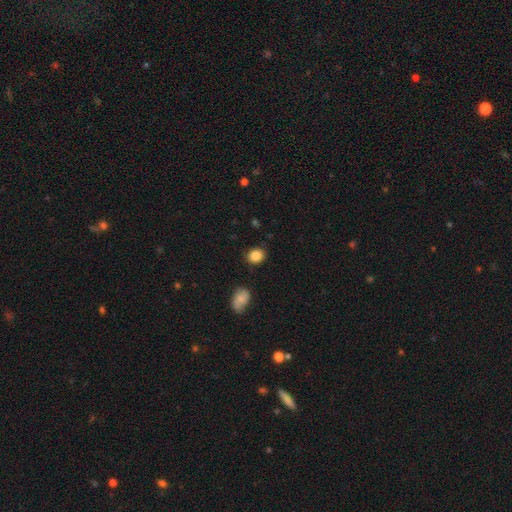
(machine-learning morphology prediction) smooth 86%, star or artifact 9%, featured or disk 5%. Down the decision tree: how rounded — round (63%); merging — none (86%).